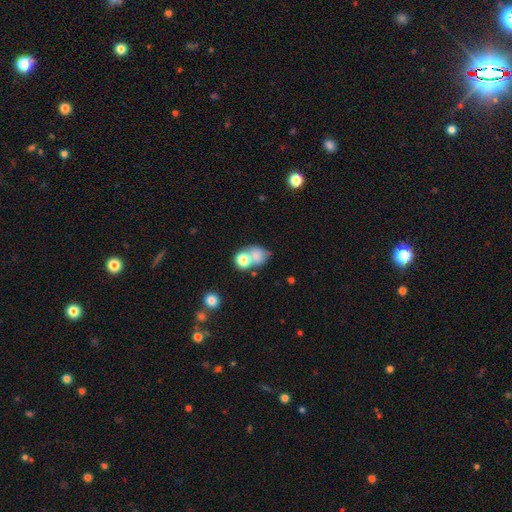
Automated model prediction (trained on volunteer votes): smooth-or-featured: smooth: 72% | featured or disk: 16% | star or artifact: 11%
  how-rounded: round: 51% | in between: 48% | cigar-shaped: 1%
  merging: merger: 50% | none: 31% | minor disturbance: 11% | major disturbance: 7%